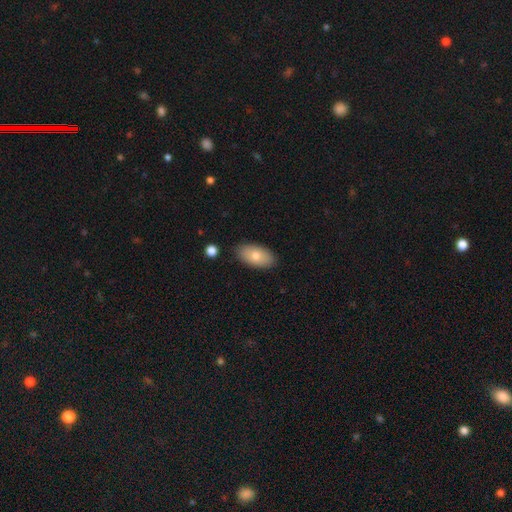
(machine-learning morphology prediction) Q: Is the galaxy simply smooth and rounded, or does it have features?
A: smooth — 74%.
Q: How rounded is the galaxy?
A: in between — 94%.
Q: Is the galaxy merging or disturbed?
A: none — 87%.